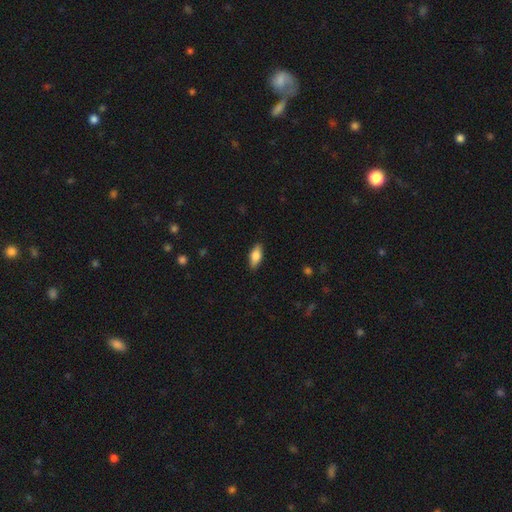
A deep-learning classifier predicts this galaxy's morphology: Smooth or featured? Predicted: smooth (p=0.79). How rounded? Predicted: in between (p=0.83). Merging? Predicted: none (p=0.87).